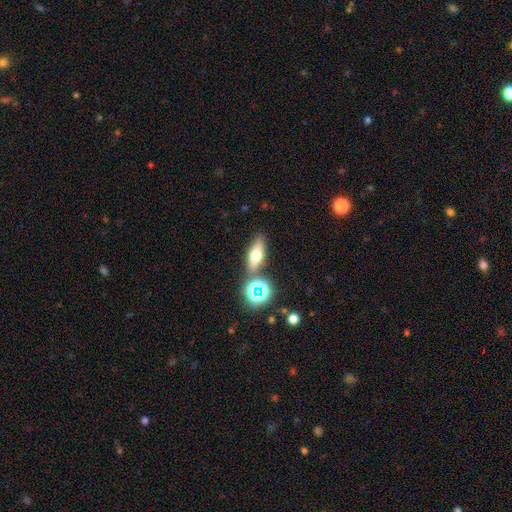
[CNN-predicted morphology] Overall: smooth (59%; featured or disk 25%). How rounded: in between (58%; cigar-shaped 29%). Merging: none (76%).